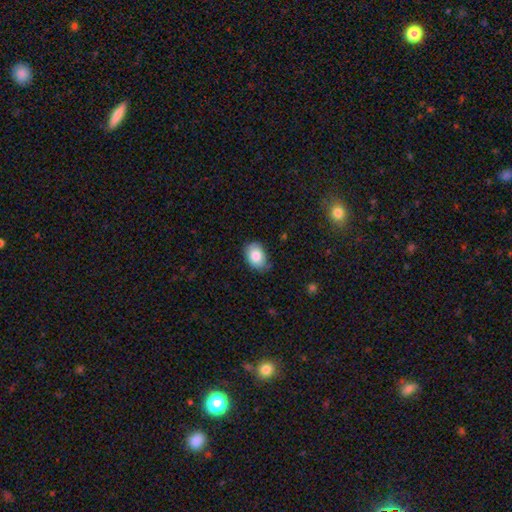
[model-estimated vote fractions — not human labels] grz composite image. It shows a smooth galaxy with no disk features (84%) that is in between round and cigar-shaped (77%). Merging: none (75%).